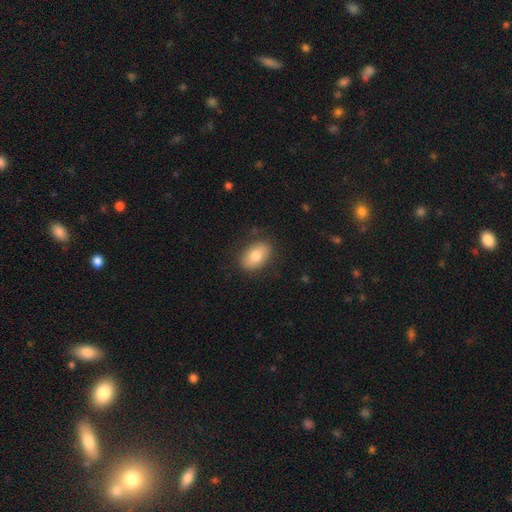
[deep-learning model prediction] Morphology: type=smooth (78%); roundness=in between (89%); merging=none (84%).